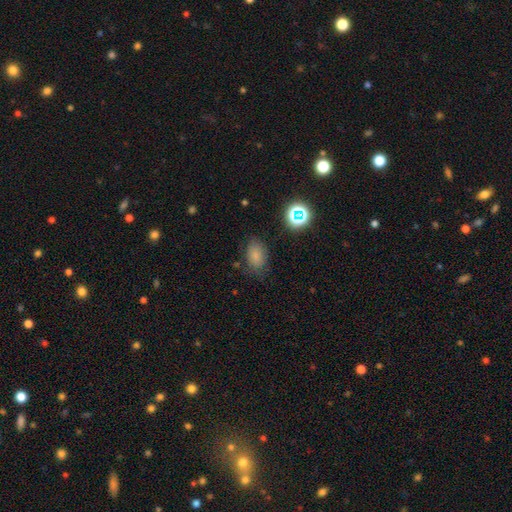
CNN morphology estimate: A smooth galaxy with no disk features (77%) that is in between round and cigar-shaped (79%). Merging: none (71%).